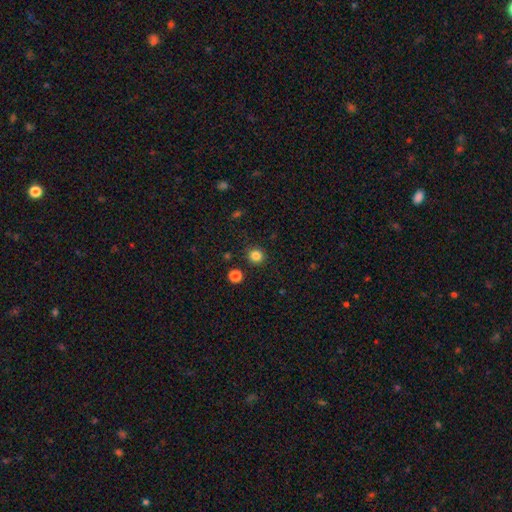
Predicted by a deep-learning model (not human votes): Q: Smooth or featured?
A: smooth (83%); runner-up: star or artifact (13%)
Q: How rounded?
A: round (91%); runner-up: in between (8%)
Q: Merging?
A: none (88%); runner-up: minor disturbance (7%)